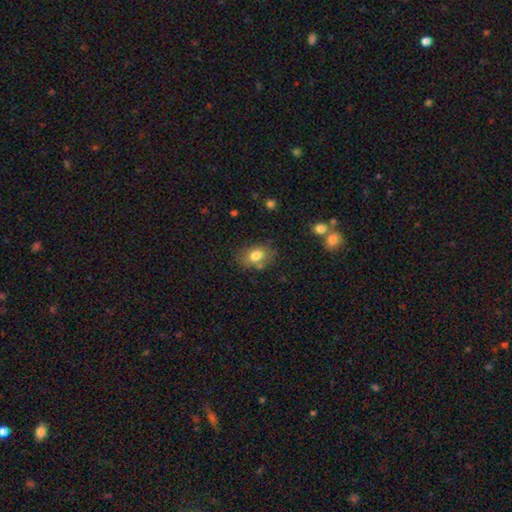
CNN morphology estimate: Q: Smooth or featured?
A: smooth (79%); runner-up: featured or disk (12%)
Q: How rounded?
A: in between (79%); runner-up: round (20%)
Q: Merging?
A: none (69%); runner-up: minor disturbance (18%)